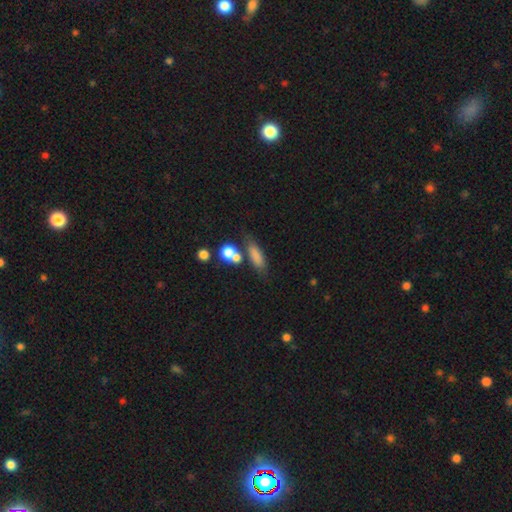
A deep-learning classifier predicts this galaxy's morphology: smooth 77%, featured or disk 12%, star or artifact 11%. Down the decision tree: how rounded — in between (50%); merging — none (58%).